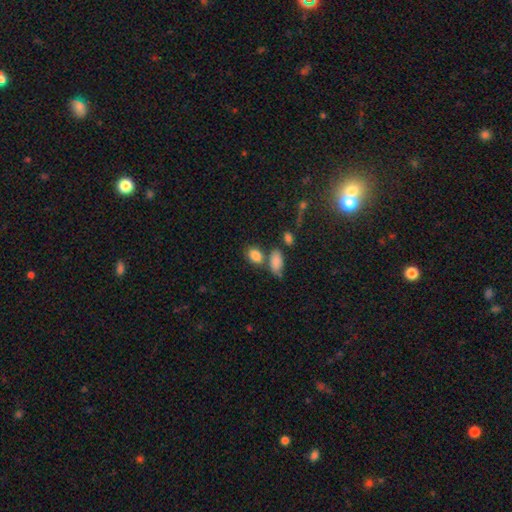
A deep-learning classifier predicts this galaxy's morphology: Overall: smooth (85%). How rounded: in between (84%). Merging: none (57%; merger 25%).